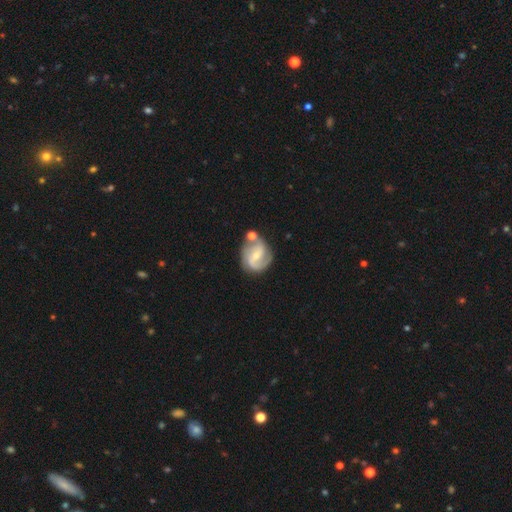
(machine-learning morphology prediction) This is clearly a featured or disk galaxy (80%). It is clearly not viewed edge-on (98%). Bar: possibly weak (48%). Spiral arm pattern: clearly yes (94%). Spiral arm count: likely 2 (75%). Spiral winding: possibly medium (50%). Central bulge: possibly small (60%). Merging: possibly none (57%).